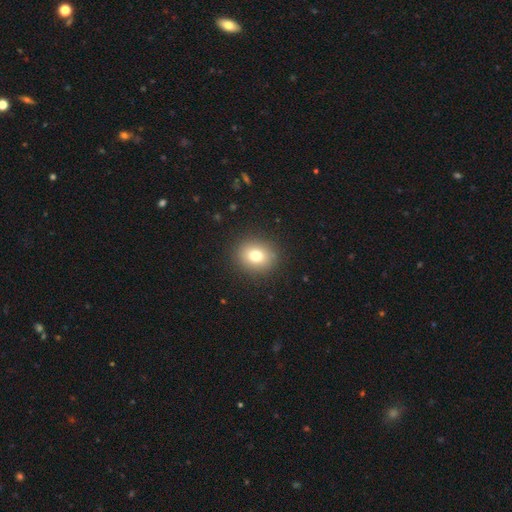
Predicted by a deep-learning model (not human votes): smooth 77%, star or artifact 12%, featured or disk 11%. Down the decision tree: how rounded — round (74%); merging — none (90%).